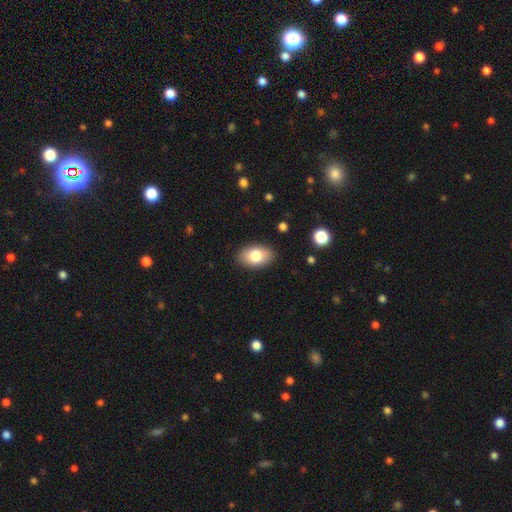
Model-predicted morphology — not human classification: Smooth or featured?
  - smooth: 80% *
  - featured or disk: 13%
  - star or artifact: 7%
How rounded?
  - in between: 90% *
  - round: 9%
  - cigar-shaped: 1%
Merging?
  - none: 88% *
  - minor disturbance: 9%
  - major disturbance: 2%
  - merger: 1%